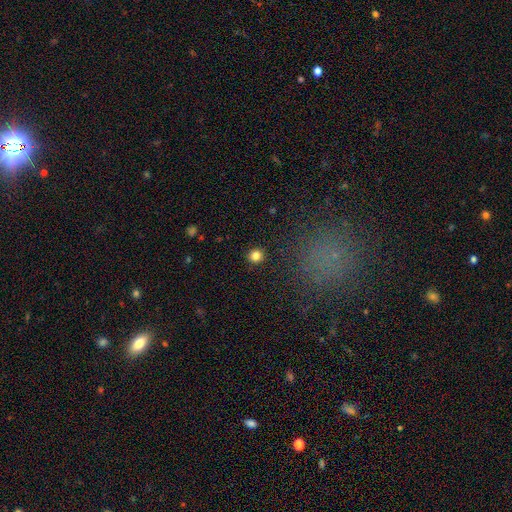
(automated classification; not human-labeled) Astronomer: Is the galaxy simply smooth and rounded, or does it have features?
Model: smooth — 82%.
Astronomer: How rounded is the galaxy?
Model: round — 93%.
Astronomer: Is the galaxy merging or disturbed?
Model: none — 92%.